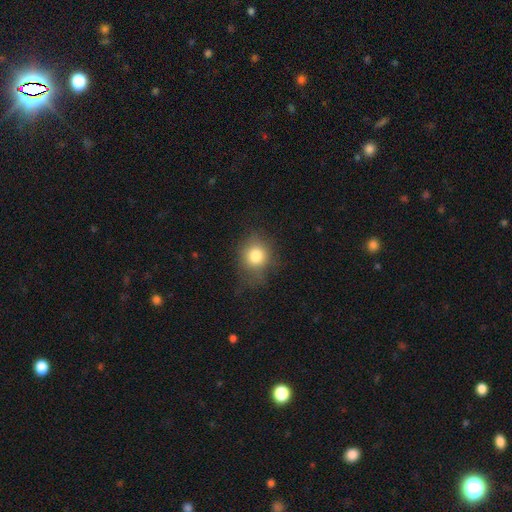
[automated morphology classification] Q: Smooth or featured?
A: smooth (79%); runner-up: star or artifact (11%)
Q: How rounded?
A: round (72%); runner-up: in between (27%)
Q: Merging?
A: none (66%); runner-up: minor disturbance (23%)